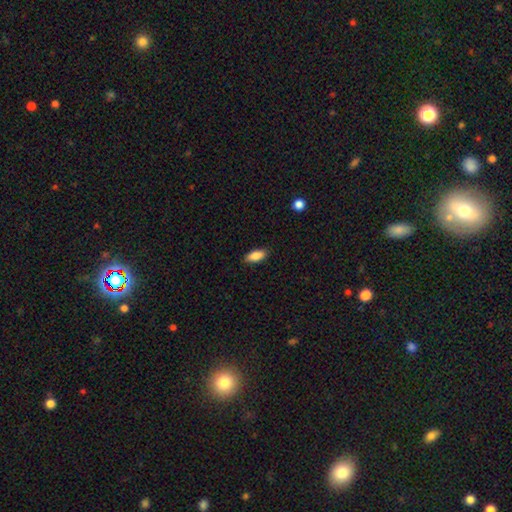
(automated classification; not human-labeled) Q: Smooth or featured?
A: smooth (87%); runner-up: star or artifact (7%)
Q: How rounded?
A: in between (86%); runner-up: cigar-shaped (12%)
Q: Merging?
A: none (86%); runner-up: minor disturbance (11%)